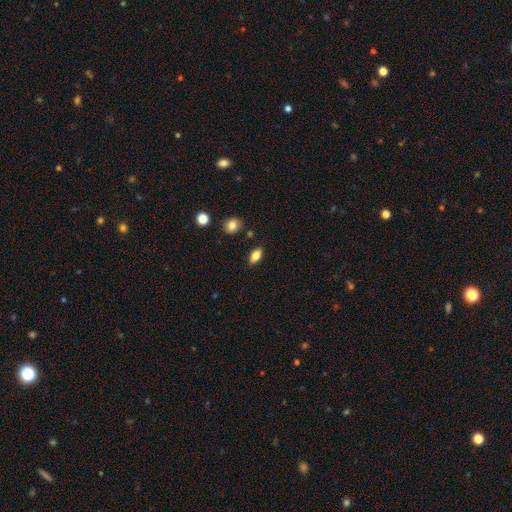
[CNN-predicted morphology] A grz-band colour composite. It shows a smooth galaxy with no disk features (82%) that is in between round and cigar-shaped (87%). Merging: none (85%).